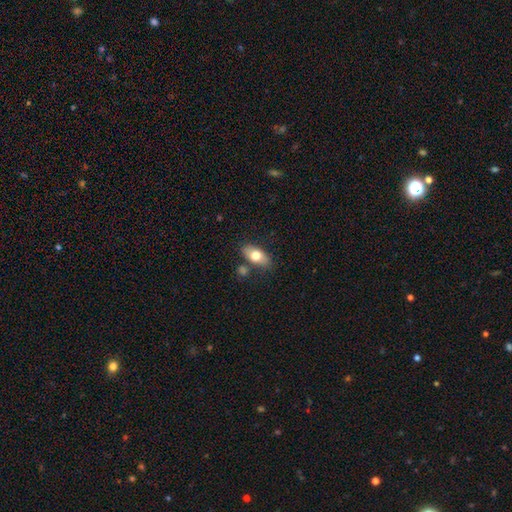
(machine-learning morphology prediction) Smooth or featured: smooth — 74% (featured or disk — 19%)
How rounded: in between — 88% (round — 7%)
Merging: none — 74% (minor disturbance — 14%)